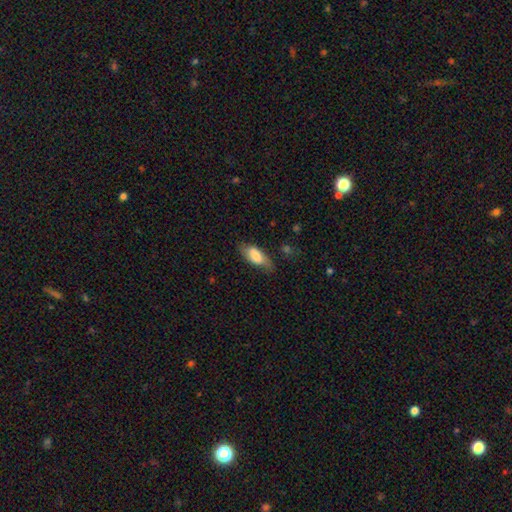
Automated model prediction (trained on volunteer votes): This appears to be a smooth galaxy with no disk features (71%) that is in between round and cigar-shaped (82%). Merging: none (66%).